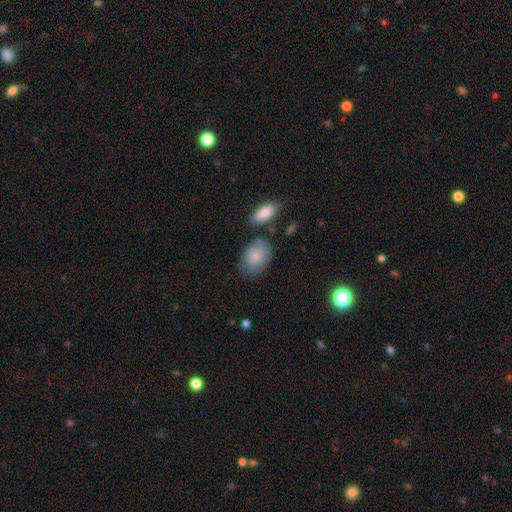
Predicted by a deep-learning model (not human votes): Q: Smooth or featured?
A: smooth (77%); runner-up: featured or disk (16%)
Q: How rounded?
A: in between (84%); runner-up: round (14%)
Q: Merging?
A: none (62%); runner-up: minor disturbance (24%)